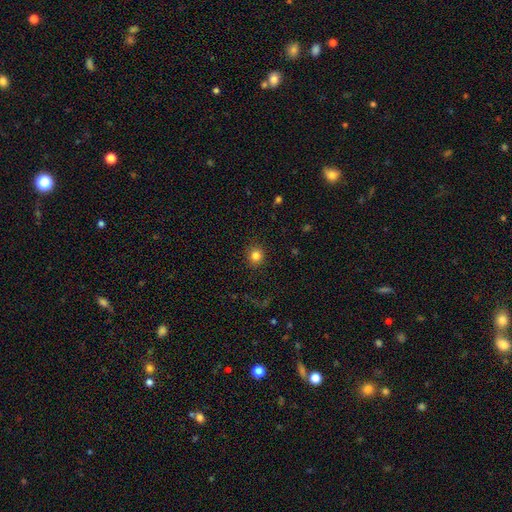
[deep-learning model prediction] Smooth or featured?
  - smooth: 83% *
  - star or artifact: 12%
  - featured or disk: 5%
How rounded?
  - round: 89% *
  - in between: 10%
  - cigar-shaped: 1%
Merging?
  - none: 90% *
  - minor disturbance: 6%
  - major disturbance: 3%
  - merger: 1%